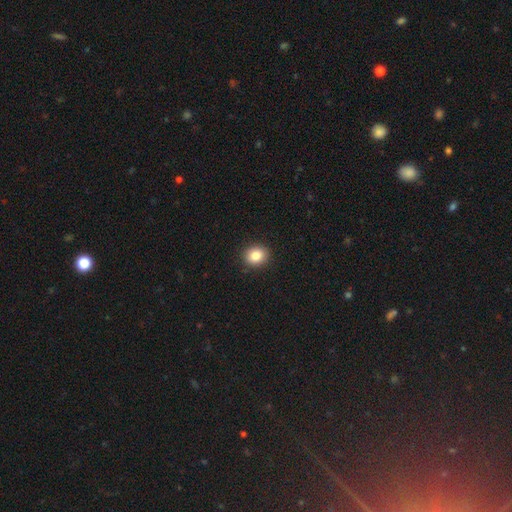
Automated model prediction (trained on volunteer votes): Smooth or featured? Predicted: smooth (p=0.84). How rounded? Predicted: round (p=0.73). Merging? Predicted: none (p=0.91).